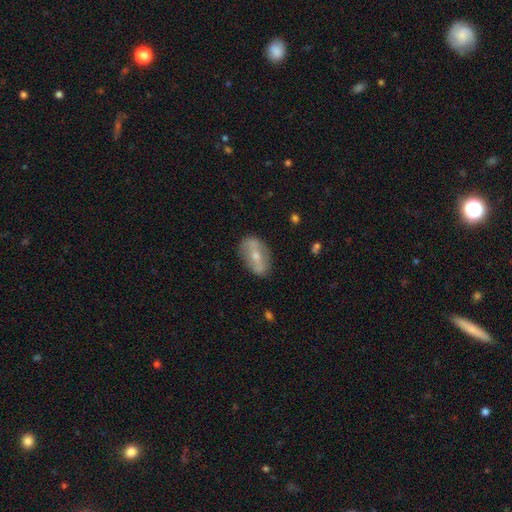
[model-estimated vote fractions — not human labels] A featured or disk galaxy (60%) with a strong bar (55%), no spiral arms (66%) and a moderate central bulge (50%). Merging: none (79%).